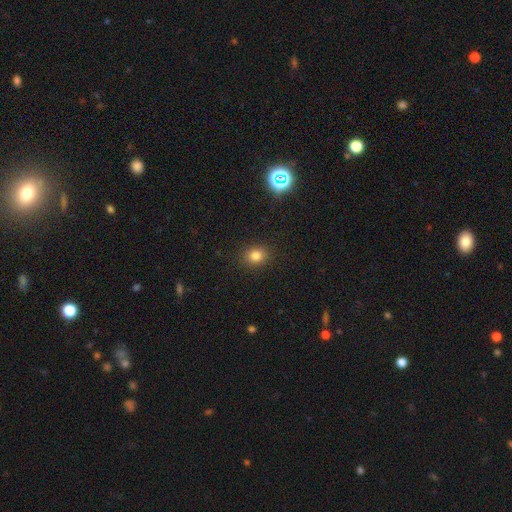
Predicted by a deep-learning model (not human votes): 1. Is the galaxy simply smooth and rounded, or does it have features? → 81% smooth, 14% star or artifact, 6% featured or disk.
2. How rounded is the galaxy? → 61% round, 38% in between, 1% cigar-shaped.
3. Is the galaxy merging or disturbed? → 89% none, 8% minor disturbance, 2% major disturbance, 1% merger.